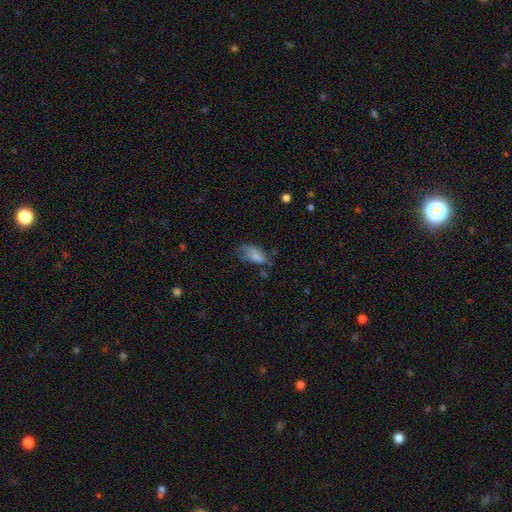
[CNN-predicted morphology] Overall: smooth (71%). How rounded: in between (90%). Merging: major disturbance (35%; minor disturbance 31%).